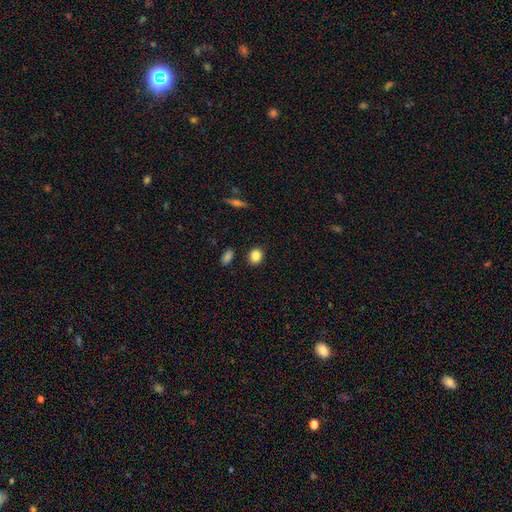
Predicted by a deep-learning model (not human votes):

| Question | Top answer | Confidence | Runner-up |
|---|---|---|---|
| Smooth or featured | smooth | 86% | star or artifact (9%) |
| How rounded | round | 62% | in between (37%) |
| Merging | none | 87% | minor disturbance (8%) |